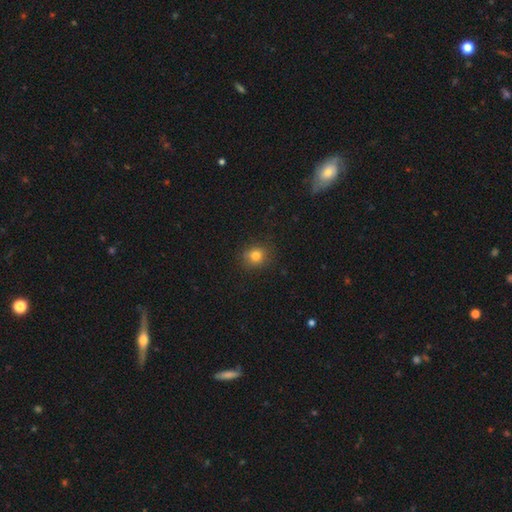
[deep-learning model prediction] Smooth or featured?
  - smooth: 78% *
  - star or artifact: 14%
  - featured or disk: 8%
How rounded?
  - round: 76% *
  - in between: 23%
  - cigar-shaped: 1%
Merging?
  - none: 83% *
  - minor disturbance: 13%
  - major disturbance: 3%
  - merger: 1%